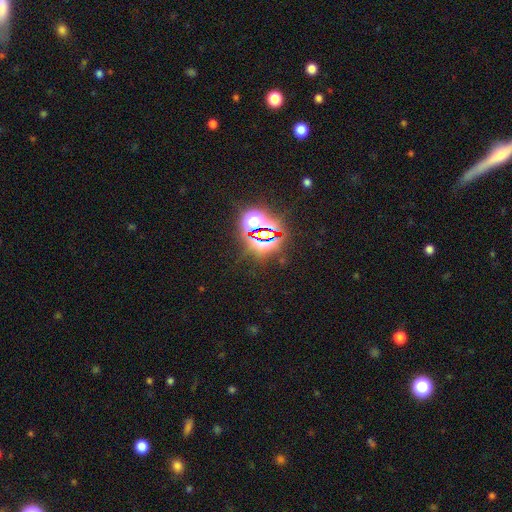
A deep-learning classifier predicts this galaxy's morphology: star or artifact 80%, smooth 12%, featured or disk 8%.